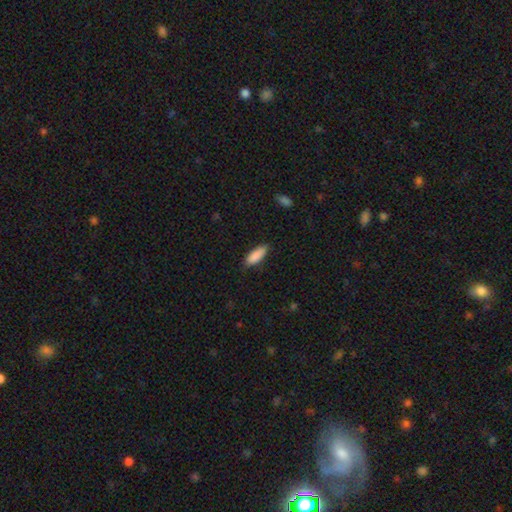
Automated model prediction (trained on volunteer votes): Q: Smooth or featured?
A: smooth (89%); runner-up: star or artifact (6%)
Q: How rounded?
A: in between (71%); runner-up: cigar-shaped (28%)
Q: Merging?
A: none (79%); runner-up: minor disturbance (17%)